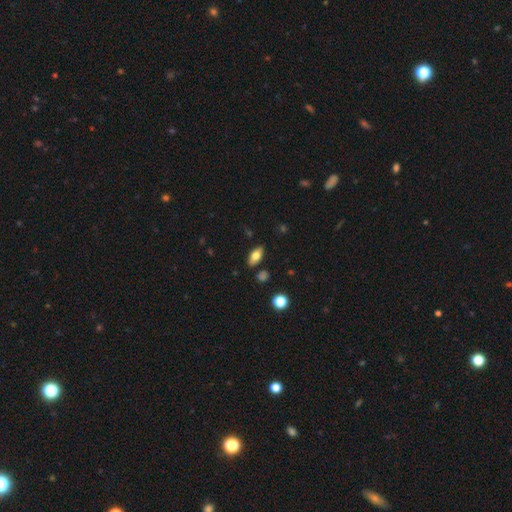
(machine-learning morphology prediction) The model was most divided on "smooth or featured": smooth: 72%, featured or disk: 21%, star or artifact: 8%. More confident: how rounded — in between (88%); merging — none (85%).